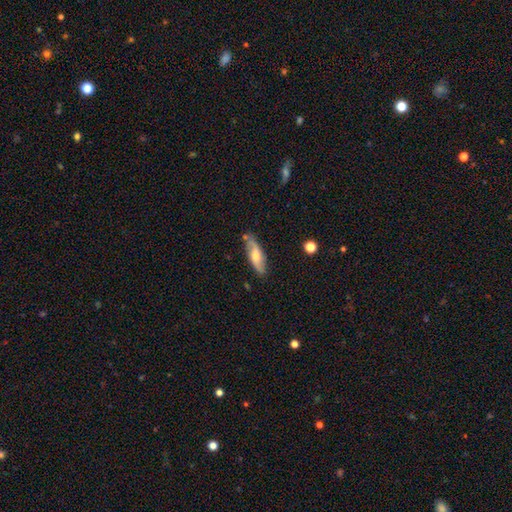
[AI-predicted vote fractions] smooth_or_featured: featured or disk (p=0.55) [alt: smooth p=0.38]
disk_edge_on: no (p=0.77) [alt: yes p=0.23]
merging: none (p=0.76) [alt: minor disturbance p=0.17]